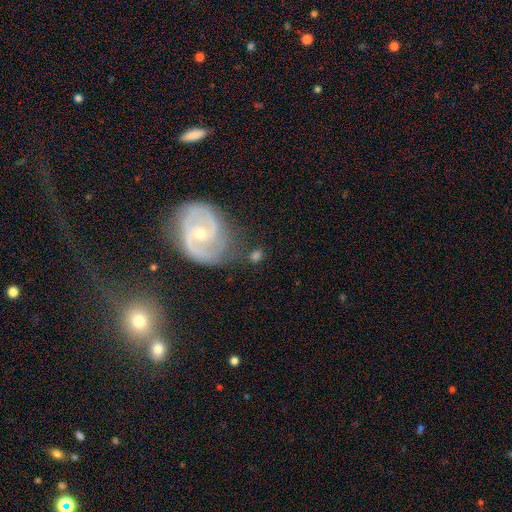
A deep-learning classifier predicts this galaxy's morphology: Smooth or featured: featured or disk — 46% (smooth — 43%)
Merging: none — 61% (minor disturbance — 19%)